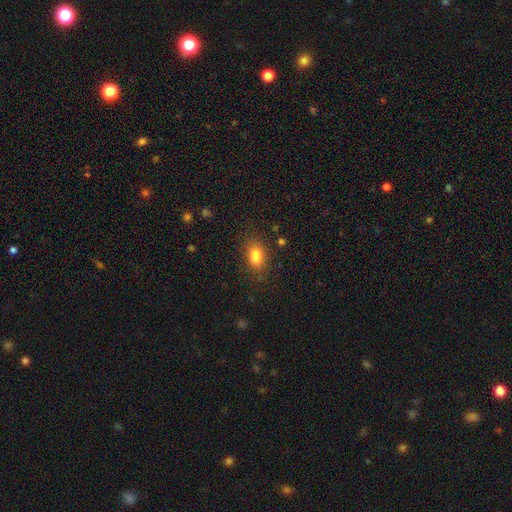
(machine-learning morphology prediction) Smooth or featured?
  - smooth: 78% *
  - star or artifact: 11%
  - featured or disk: 10%
How rounded?
  - in between: 80% *
  - round: 16%
  - cigar-shaped: 3%
Merging?
  - none: 60% *
  - merger: 18%
  - minor disturbance: 16%
  - major disturbance: 5%